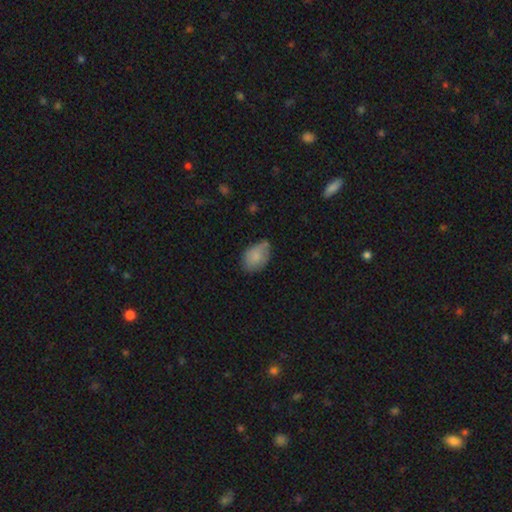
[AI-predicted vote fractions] This is likely a smooth galaxy (76%). How rounded: clearly in between (84%). Merging: possibly none (50%).